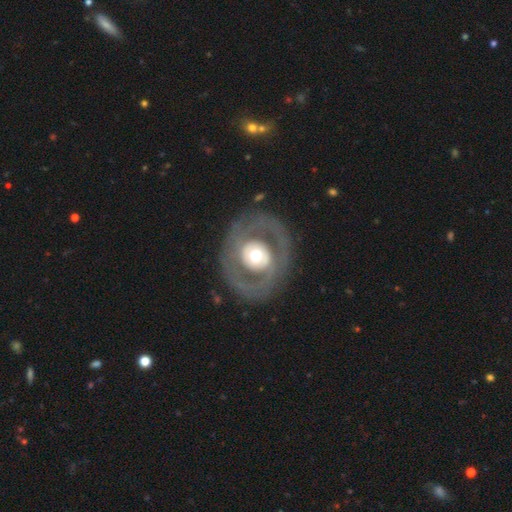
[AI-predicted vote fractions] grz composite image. It shows a featured or disk galaxy (72%) with no bar (76%), no spiral arms (57%) and a moderate central bulge (60%). Merging: none (79%).